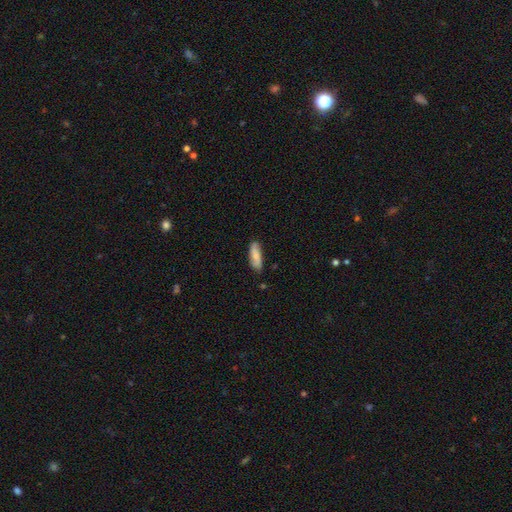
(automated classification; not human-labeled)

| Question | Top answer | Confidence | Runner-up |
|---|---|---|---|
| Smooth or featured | smooth | 75% | featured or disk (19%) |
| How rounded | in between | 53% | cigar-shaped (45%) |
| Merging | none | 80% | minor disturbance (15%) |